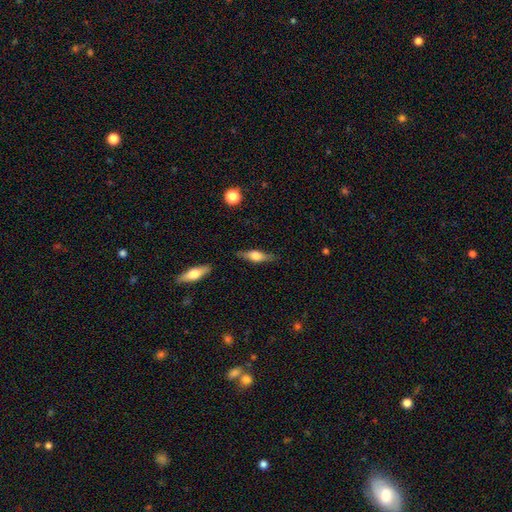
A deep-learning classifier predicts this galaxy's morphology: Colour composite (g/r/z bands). It shows a featured or disk galaxy (47%). Merging: none (81%).